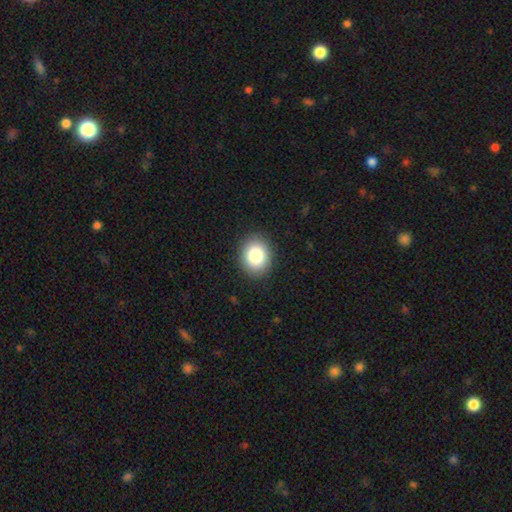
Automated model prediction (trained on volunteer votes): Overall: smooth (85%). How rounded: round (57%; in between 42%). Merging: none (89%).